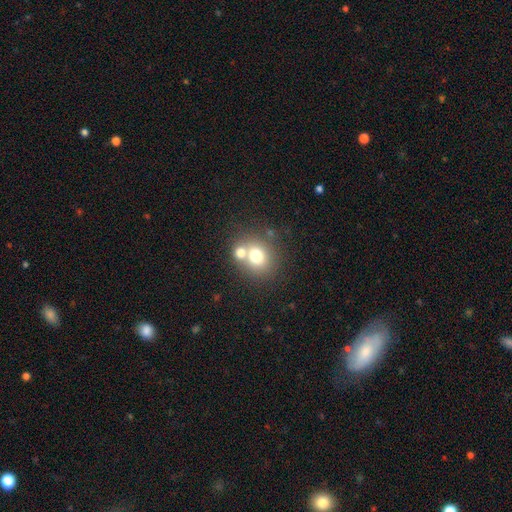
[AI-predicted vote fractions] A smooth galaxy with no disk features (70%) that is round (72%).

Vote fractions:
- Smooth or featured? smooth: 70% / featured or disk: 17% / star or artifact: 13%
- How rounded? round: 72% / in between: 28% / cigar-shaped: 1%
- Merging? none: 46% / merger: 42% / minor disturbance: 8% / major disturbance: 4%